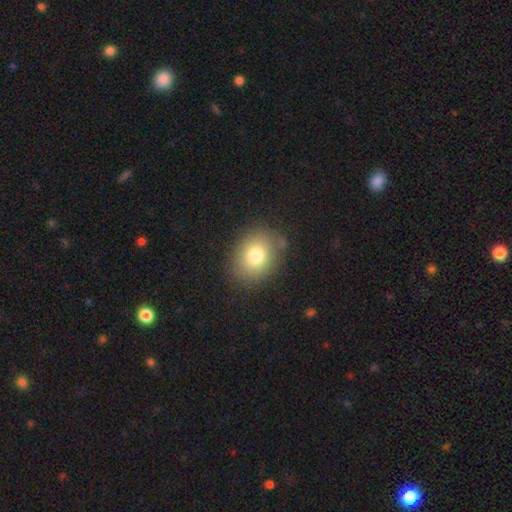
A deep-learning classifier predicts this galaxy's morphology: Overall: smooth (78%). How rounded: round (50%; in between 49%). Merging: none (82%).